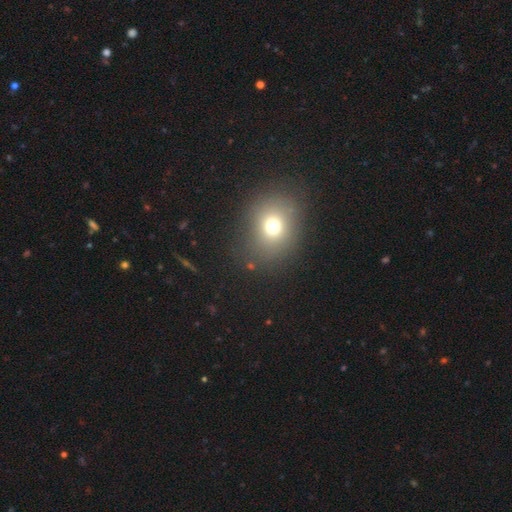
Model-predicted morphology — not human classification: Smooth or featured: smooth — 68% (star or artifact — 23%)
How rounded: round — 65% (in between — 34%)
Merging: none — 88% (minor disturbance — 8%)